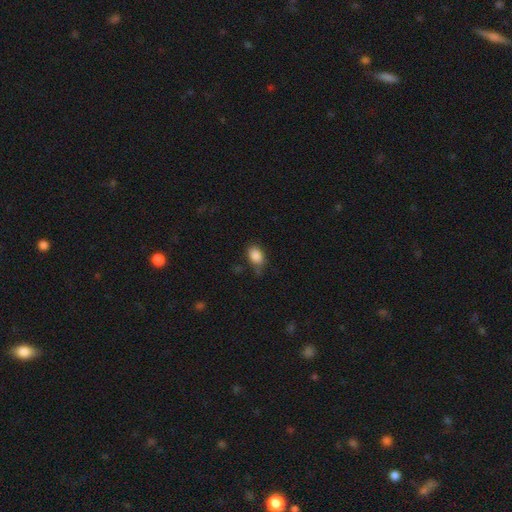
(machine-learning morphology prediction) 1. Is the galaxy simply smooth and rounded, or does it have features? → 87% smooth, 9% star or artifact, 4% featured or disk.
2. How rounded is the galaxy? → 82% in between, 16% round, 1% cigar-shaped.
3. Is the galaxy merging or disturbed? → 73% none, 20% minor disturbance, 4% major disturbance, 2% merger.